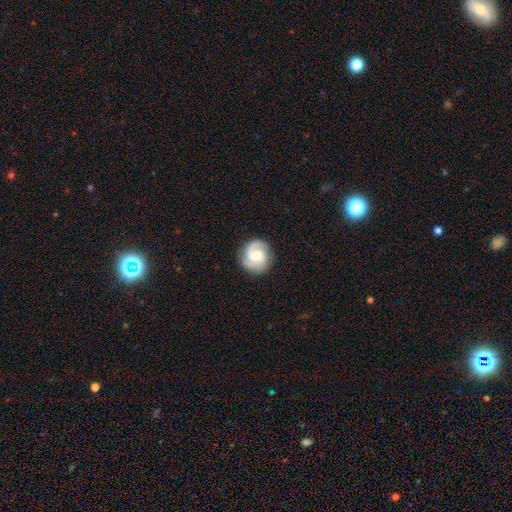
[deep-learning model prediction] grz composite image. It shows a featured or disk galaxy (78%) with a weak bar (50%), 2 (77%) medium (47%) spiral arms (96%) and a moderate central bulge (51%). Merging: none (82%).